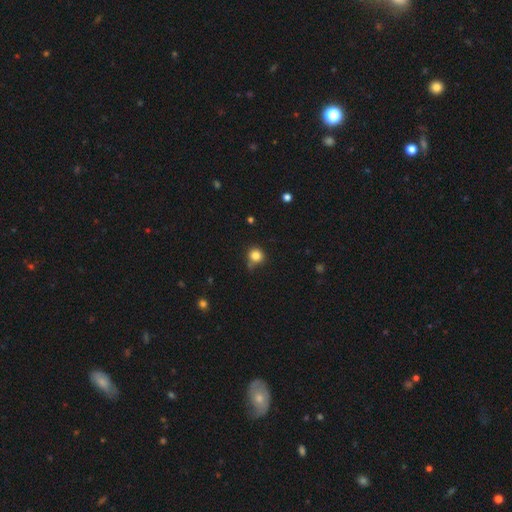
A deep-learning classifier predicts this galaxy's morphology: Smooth or featured: smooth — 82% (star or artifact — 12%)
How rounded: round — 90% (in between — 9%)
Merging: none — 67% (minor disturbance — 21%)